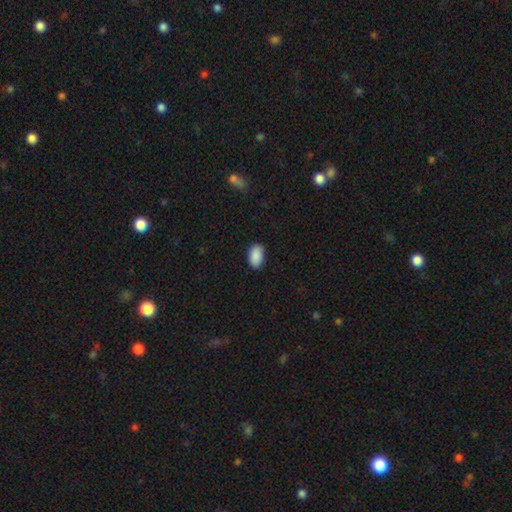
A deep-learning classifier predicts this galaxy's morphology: smooth-or-featured: smooth: 90% | star or artifact: 7% | featured or disk: 3%
  how-rounded: in between: 94% | round: 5% | cigar-shaped: 1%
  merging: none: 86% | minor disturbance: 10% | major disturbance: 2% | merger: 1%